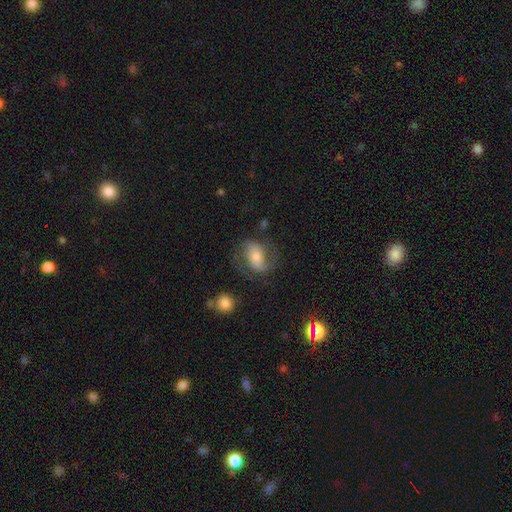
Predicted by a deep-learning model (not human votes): A featured or disk galaxy (60%) with no bar (40%), spiral arms (86%) and a moderate central bulge (55%).

Vote fractions:
- Smooth or featured? featured or disk: 60% / smooth: 32% / star or artifact: 8%
- Edge-on disk? no: 96% / yes: 4%
- Bar? no: 40% / weak: 35% / strong: 25%
- Spiral arms? yes: 86% / no: 14%
- Bulge size? moderate: 55% / small: 30% / large: 11% / none: 2% / dominant: 2%
- Merging? none: 63% / minor disturbance: 19% / major disturbance: 15% / merger: 3%